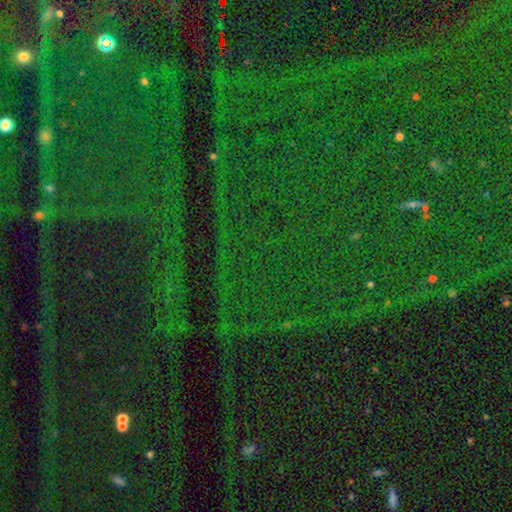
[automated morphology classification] smooth-or-featured: star or artifact: 85% | smooth: 8% | featured or disk: 7%